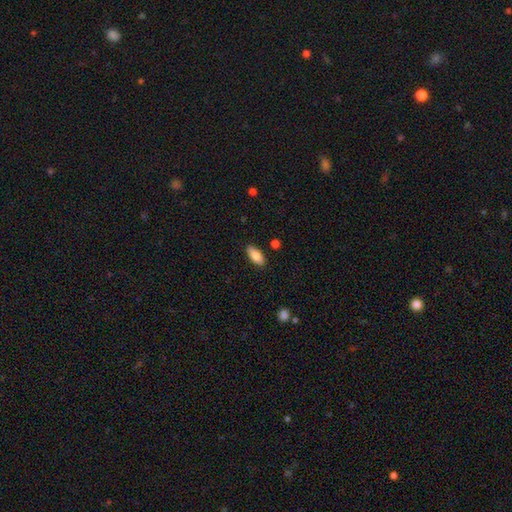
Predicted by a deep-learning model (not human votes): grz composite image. It shows a smooth galaxy with no disk features (83%) that is in between round and cigar-shaped (87%). Merging: none (87%).